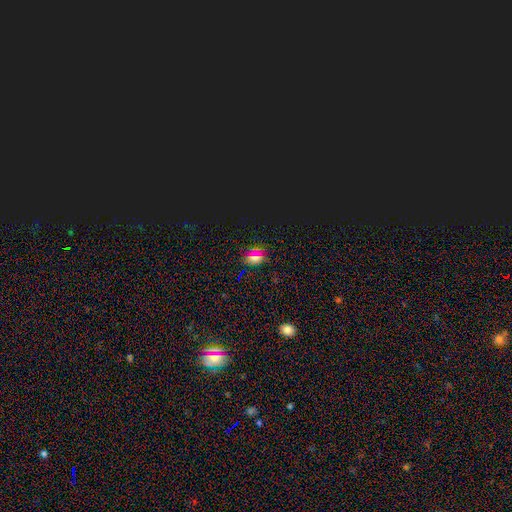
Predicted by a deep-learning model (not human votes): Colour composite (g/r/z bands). It shows a smooth galaxy with no disk features (46%). Merging: none (83%).